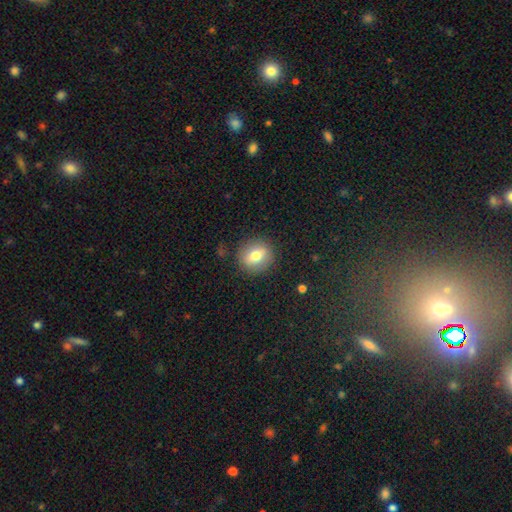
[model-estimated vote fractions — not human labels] smooth-or-featured: smooth: 68% | featured or disk: 23% | star or artifact: 9%
  how-rounded: round: 79% | in between: 19% | cigar-shaped: 1%
  merging: none: 87% | minor disturbance: 9% | major disturbance: 3% | merger: 1%